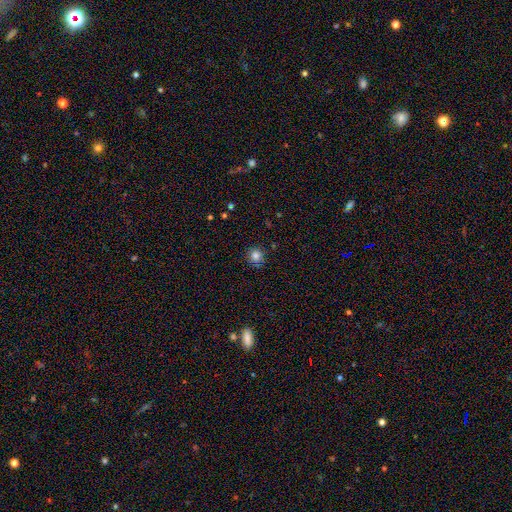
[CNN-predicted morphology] smooth_or_featured: smooth (p=0.82) [alt: star or artifact p=0.12]
how_rounded: round (p=0.90) [alt: in between p=0.09]
merging: none (p=0.85) [alt: minor disturbance p=0.11]